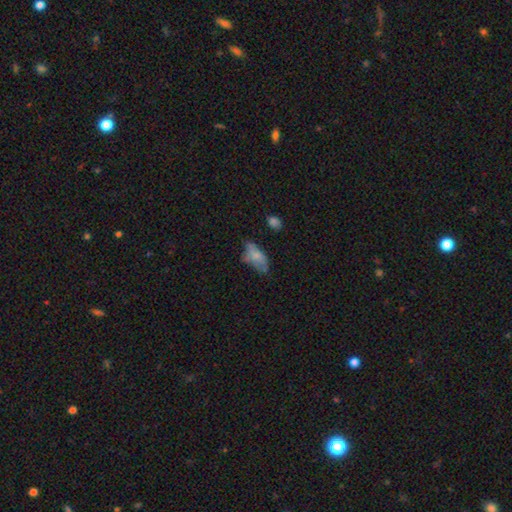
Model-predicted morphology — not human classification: Q: Smooth or featured?
A: smooth (67%); runner-up: featured or disk (23%)
Q: How rounded?
A: in between (90%); runner-up: cigar-shaped (6%)
Q: Merging?
A: none (38%); runner-up: minor disturbance (35%)